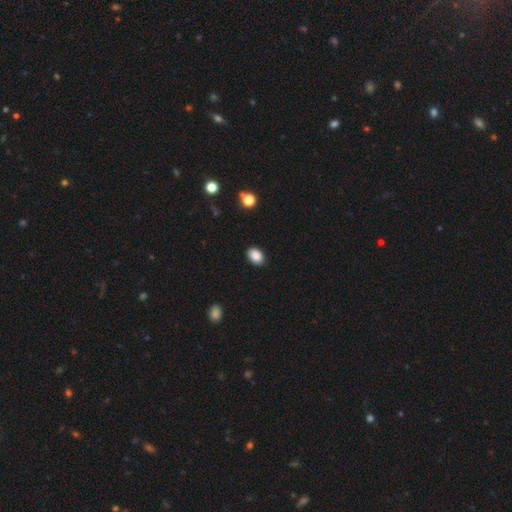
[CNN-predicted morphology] This is clearly a smooth galaxy (88%). How rounded: likely in between (77%). Merging: clearly none (86%).